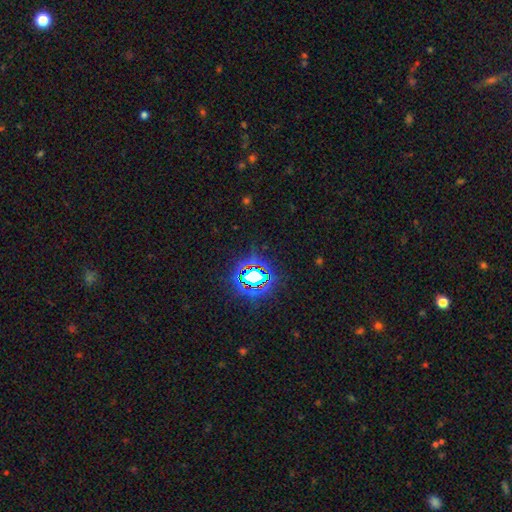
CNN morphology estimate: Smooth or featured? Predicted: star or artifact (p=0.79).